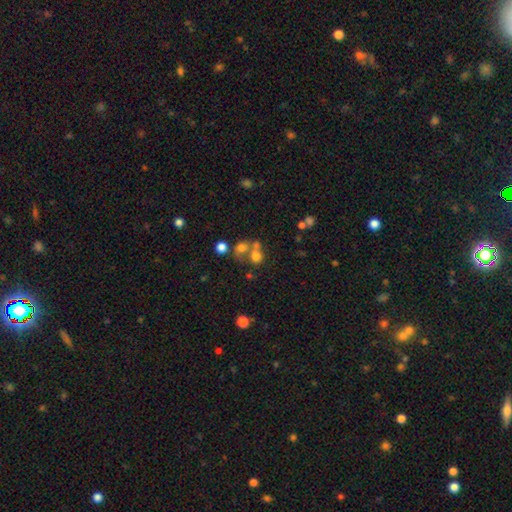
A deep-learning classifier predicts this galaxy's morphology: Smooth or featured? Predicted: smooth (p=0.65). How rounded? Predicted: round (p=0.72). Merging? Predicted: merger (p=0.46).